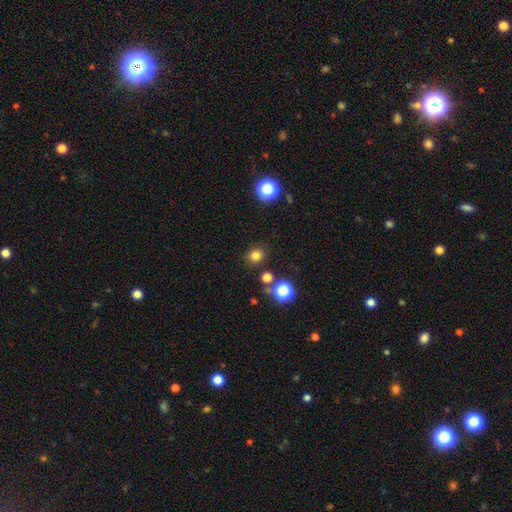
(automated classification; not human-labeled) This is likely a smooth galaxy (78%). How rounded: clearly round (83%). Merging: clearly none (85%).